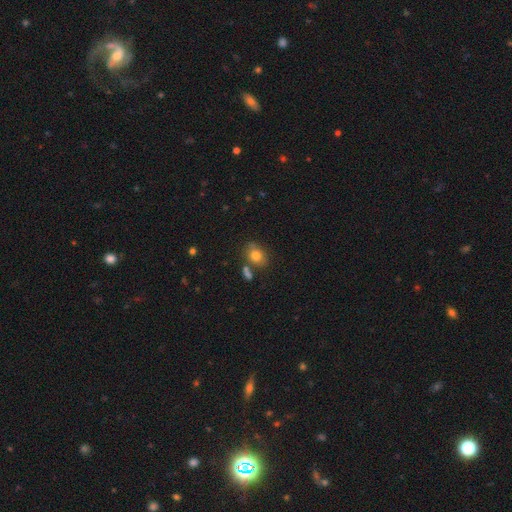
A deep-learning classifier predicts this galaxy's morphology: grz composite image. It shows a smooth galaxy with no disk features (78%) that is in between round and cigar-shaped (55%). Merging: none (65%).